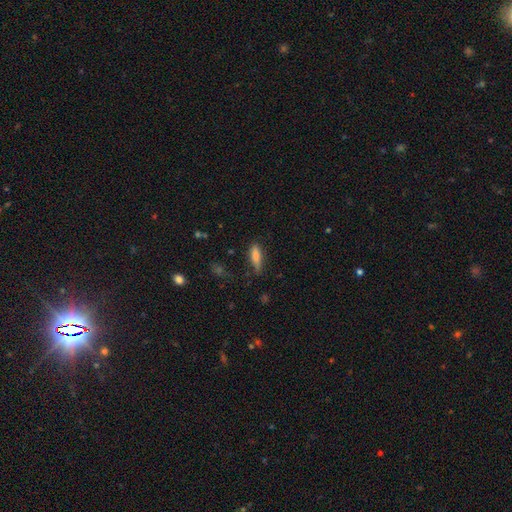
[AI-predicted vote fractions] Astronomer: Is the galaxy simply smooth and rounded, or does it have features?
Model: smooth — 76%.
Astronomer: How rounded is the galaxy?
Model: cigar-shaped — 54% (runner-up: in between, 44%).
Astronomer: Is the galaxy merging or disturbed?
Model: none — 71%.